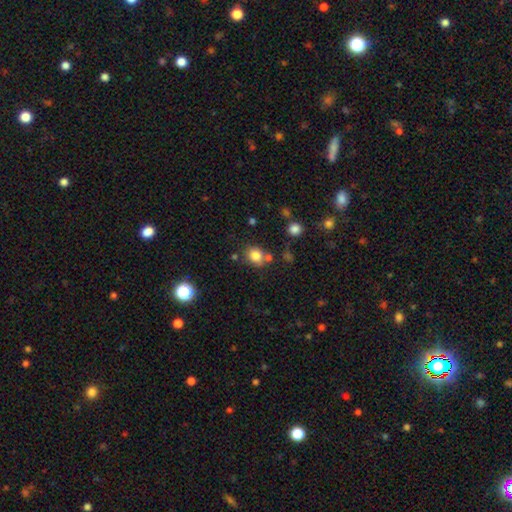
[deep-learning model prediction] Q: Smooth or featured?
A: smooth (80%); runner-up: star or artifact (12%)
Q: How rounded?
A: round (62%); runner-up: in between (37%)
Q: Merging?
A: none (67%); runner-up: merger (15%)